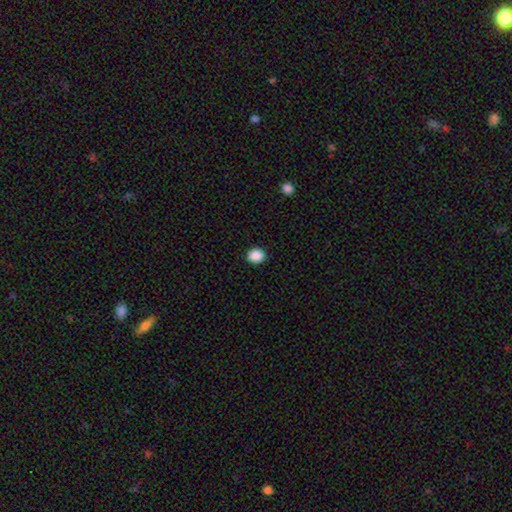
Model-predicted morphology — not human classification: type=smooth (89%); roundness=round (67%); merging=none (91%).